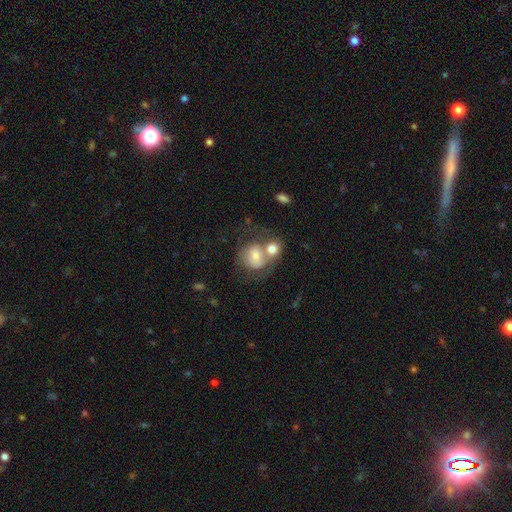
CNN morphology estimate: This is possibly a smooth galaxy (58%). How rounded: likely round (65%). Merging: possibly merger (53%).